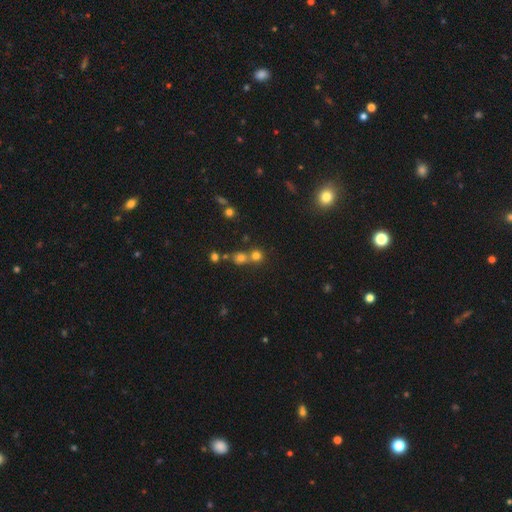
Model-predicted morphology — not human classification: smooth_or_featured: smooth (p=0.70) [alt: star or artifact p=0.22]
how_rounded: round (p=0.89) [alt: in between p=0.10]
merging: none (p=0.54) [alt: merger p=0.38]